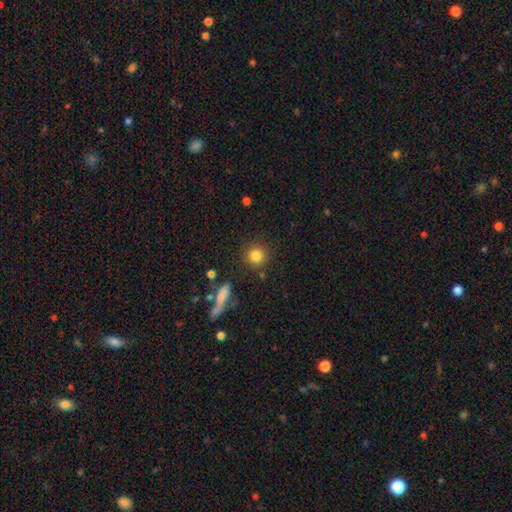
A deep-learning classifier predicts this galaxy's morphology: smooth-or-featured: smooth: 82% | star or artifact: 11% | featured or disk: 7%
  how-rounded: round: 92% | in between: 7% | cigar-shaped: 1%
  merging: none: 86% | minor disturbance: 7% | merger: 4% | major disturbance: 3%